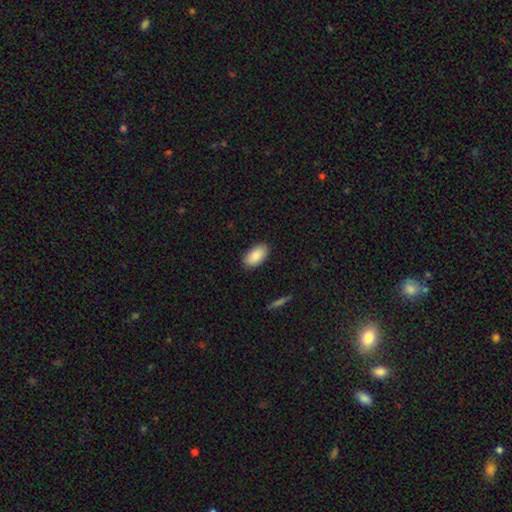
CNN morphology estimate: type=smooth (89%); roundness=in between (95%); merging=none (87%).